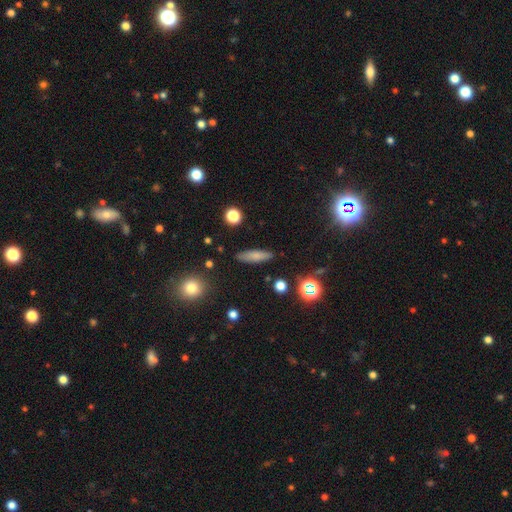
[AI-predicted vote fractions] This is likely a smooth galaxy (75%). How rounded: likely cigar-shaped (68%). Merging: clearly none (88%).